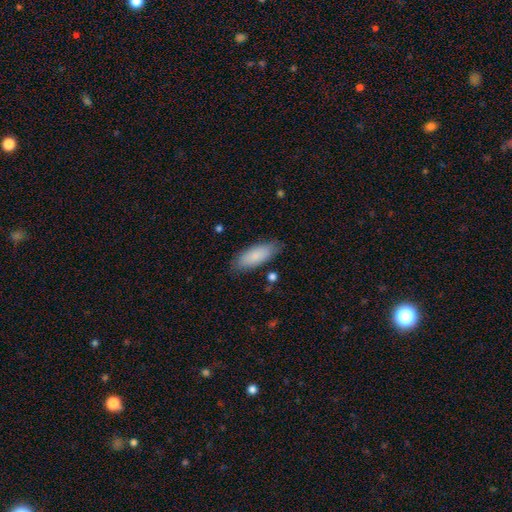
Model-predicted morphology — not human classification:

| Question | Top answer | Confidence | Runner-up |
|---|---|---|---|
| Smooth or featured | smooth | 83% | featured or disk (11%) |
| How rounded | in between | 72% | cigar-shaped (27%) |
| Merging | none | 82% | minor disturbance (14%) |